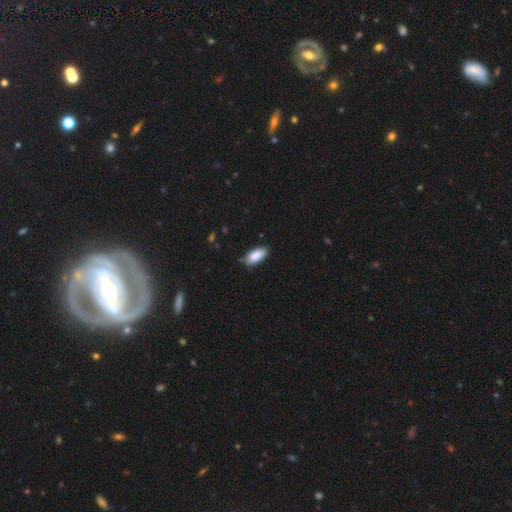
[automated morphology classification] This appears to be a smooth galaxy with no disk features (88%) that is in between round and cigar-shaped (90%). Merging: none (77%).